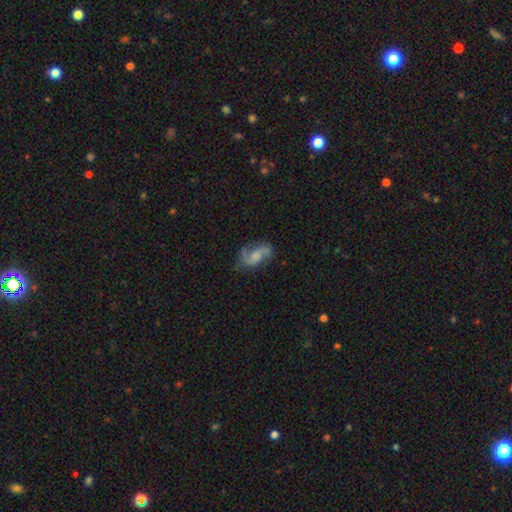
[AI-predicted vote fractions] Smooth or featured: featured or disk — 75% (smooth — 17%)
Edge-on disk: no — 97% (yes — 3%)
Bar: no — 51% (weak — 40%)
Spiral arms: yes — 93% (no — 7%)
Spiral winding: loose — 50% (medium — 40%)
Spiral arm count: 2 — 88% (1 — 4%)
Bulge size: none — 33% (small — 32%)
Merging: none — 63% (minor disturbance — 21%)